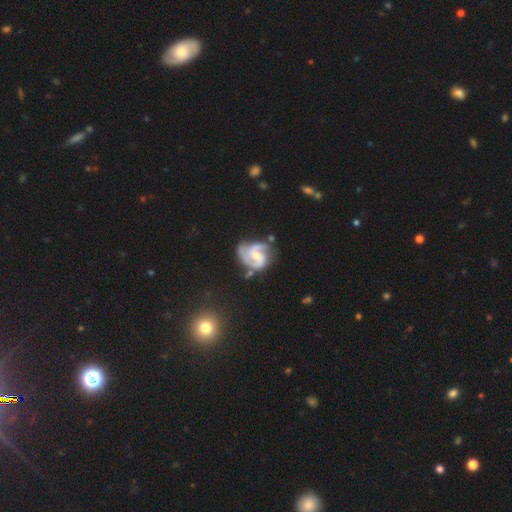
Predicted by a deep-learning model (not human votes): smooth_or_featured: featured or disk (p=0.89) [alt: smooth p=0.06]
disk_edge_on: no (p=0.98) [alt: yes p=0.02]
bar: no (p=0.46) [alt: weak p=0.42]
has_spiral_arms: yes (p=0.97) [alt: no p=0.03]
spiral_winding: medium (p=0.55) [alt: tight p=0.30]
spiral_arm_count: 2 (p=0.68) [alt: 3 p=0.19]
bulge_size: small (p=0.50) [alt: moderate p=0.45]
merging: none (p=0.53) [alt: minor disturbance p=0.27]